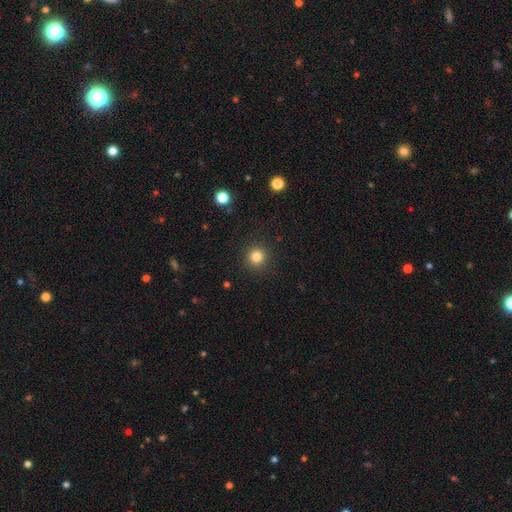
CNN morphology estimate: Smooth or featured? smooth (83%)
How rounded? round (94%)
Merging? none (91%)